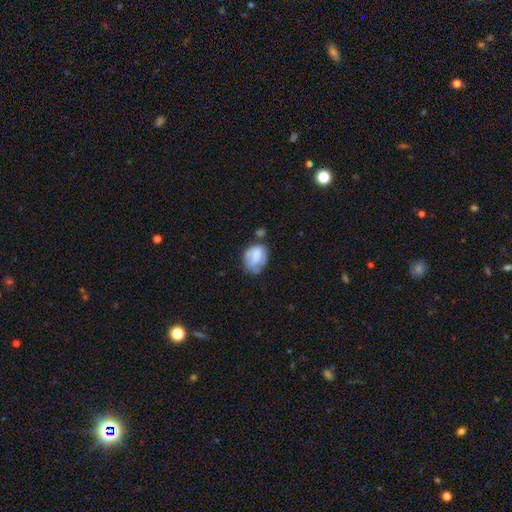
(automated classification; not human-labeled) Smooth or featured: smooth — 67% (featured or disk — 25%)
How rounded: in between — 60% (round — 39%)
Merging: none — 42% (minor disturbance — 33%)